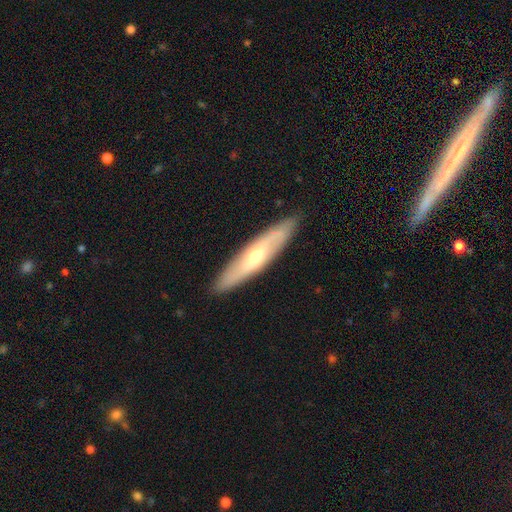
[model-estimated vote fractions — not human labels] A featured or disk galaxy (55%) viewed edge-on (57%).

Vote fractions:
- Smooth or featured? featured or disk: 55% / smooth: 37% / star or artifact: 7%
- Edge-on disk? yes: 57% / no: 43%
- Merging? none: 88% / minor disturbance: 9% / major disturbance: 2% / merger: 1%